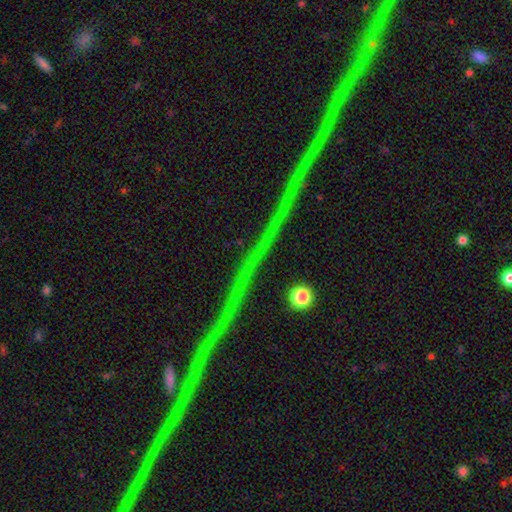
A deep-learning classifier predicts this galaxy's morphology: This is likely a star or artifact rather than a galaxy (70%).